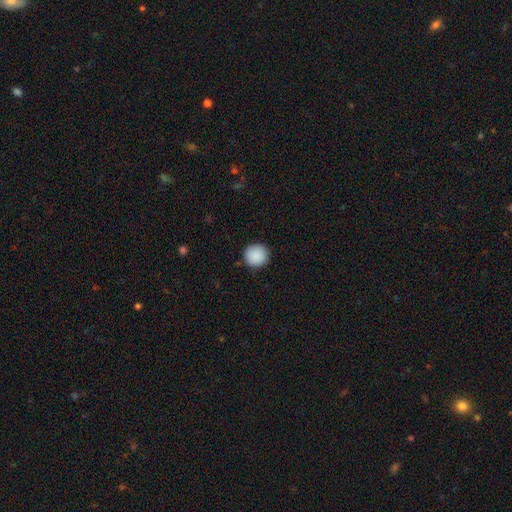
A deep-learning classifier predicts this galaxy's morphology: smooth 90%, star or artifact 7%, featured or disk 3%. Down the decision tree: how rounded — round (94%); merging — none (90%).